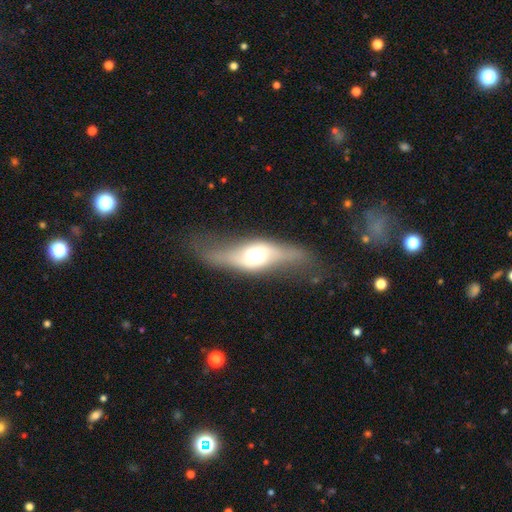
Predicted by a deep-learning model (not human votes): Smooth or featured? Predicted: featured or disk (p=0.68). Edge-on disk? Predicted: yes (p=0.54). Merging? Predicted: none (p=0.65).